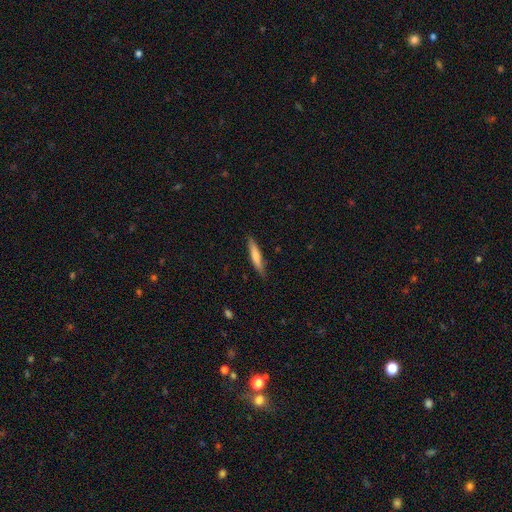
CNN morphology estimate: Smooth or featured?
  - smooth: 69% *
  - featured or disk: 26%
  - star or artifact: 6%
How rounded?
  - cigar-shaped: 90% *
  - in between: 9%
  - round: 1%
Merging?
  - none: 86% *
  - minor disturbance: 11%
  - major disturbance: 2%
  - merger: 1%